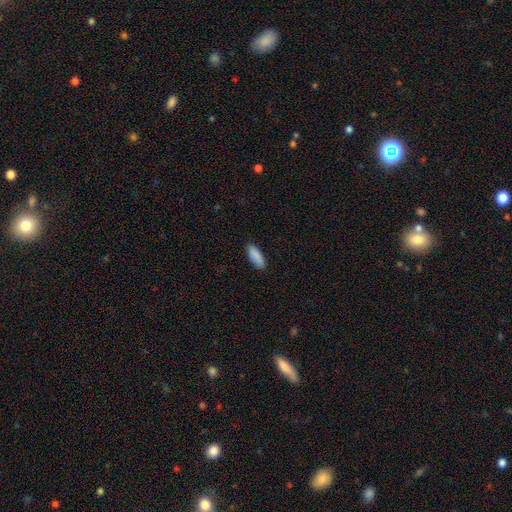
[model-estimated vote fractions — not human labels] smooth 89%, star or artifact 6%, featured or disk 5%. Down the decision tree: how rounded — in between (61%); merging — none (89%).